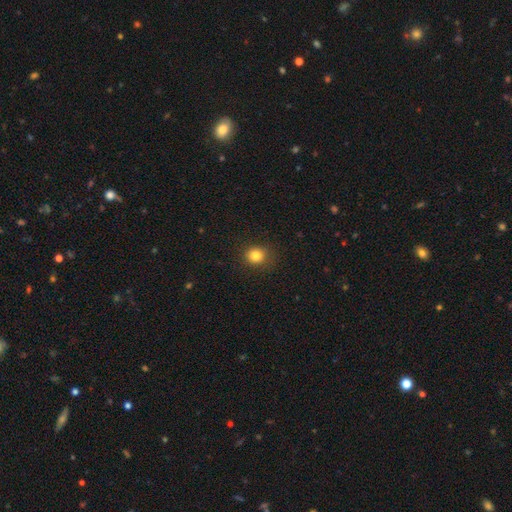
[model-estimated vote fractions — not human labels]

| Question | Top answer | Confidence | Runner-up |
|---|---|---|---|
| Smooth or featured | smooth | 82% | star or artifact (12%) |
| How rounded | round | 80% | in between (19%) |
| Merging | none | 86% | minor disturbance (10%) |